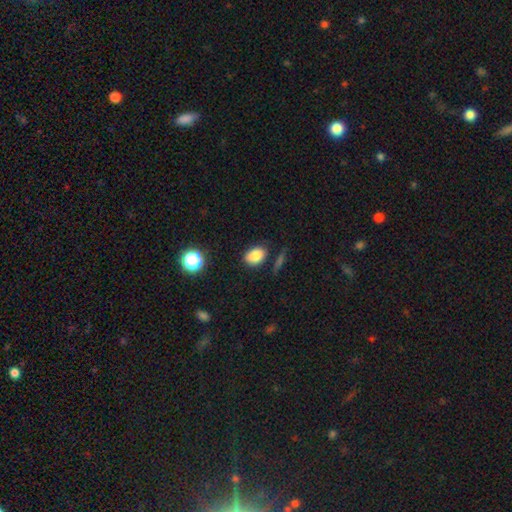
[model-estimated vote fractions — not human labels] Smooth or featured? smooth (83%)
How rounded? in between (77%)
Merging? none (78%)